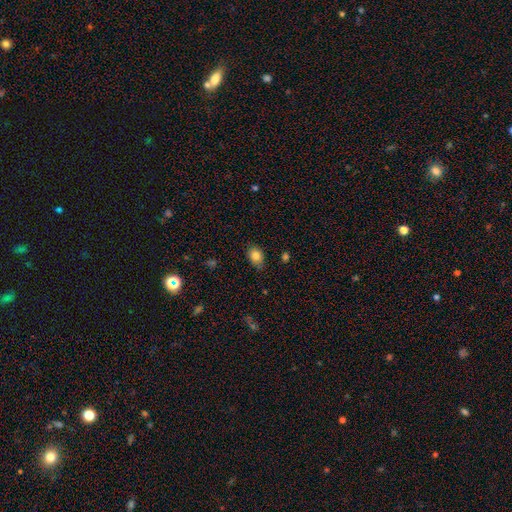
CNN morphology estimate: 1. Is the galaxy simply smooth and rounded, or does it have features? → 84% smooth, 9% star or artifact, 7% featured or disk.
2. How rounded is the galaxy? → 70% in between, 29% round, 1% cigar-shaped.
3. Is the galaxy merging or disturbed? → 78% none, 18% minor disturbance, 3% major disturbance, 1% merger.